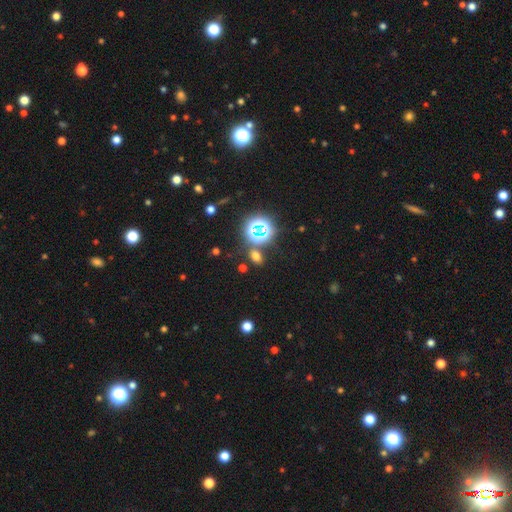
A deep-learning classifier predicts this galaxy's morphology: Smooth or featured? Predicted: smooth (p=0.55). How rounded? Predicted: in between (p=0.68). Merging? Predicted: none (p=0.80).